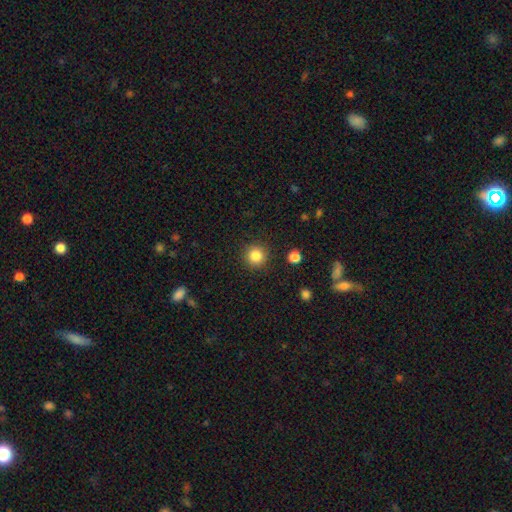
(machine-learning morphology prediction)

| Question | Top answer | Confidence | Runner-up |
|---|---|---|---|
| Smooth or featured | smooth | 84% | star or artifact (11%) |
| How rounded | round | 94% | in between (5%) |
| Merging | none | 91% | minor disturbance (6%) |